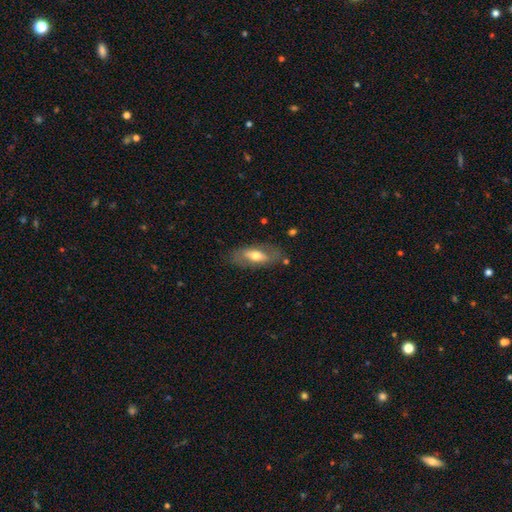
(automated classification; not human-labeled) smooth_or_featured: smooth (p=0.51) [alt: featured or disk p=0.43]
how_rounded: in between (p=0.78) [alt: cigar-shaped p=0.18]
merging: none (p=0.75) [alt: minor disturbance p=0.17]